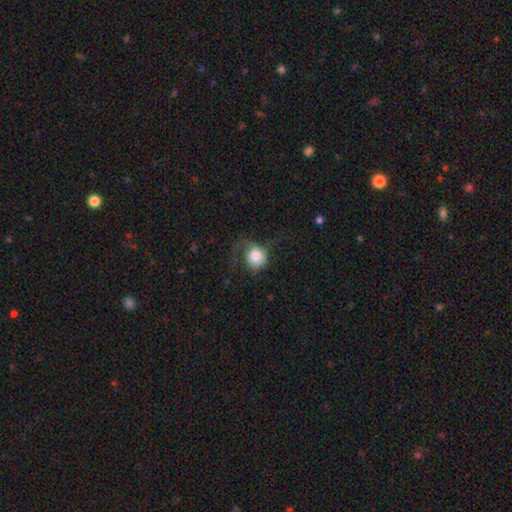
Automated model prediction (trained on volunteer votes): A smooth galaxy with no disk features (70%) that is round (81%).

Vote fractions:
- Smooth or featured? smooth: 70% / featured or disk: 22% / star or artifact: 8%
- How rounded? round: 81% / in between: 18% / cigar-shaped: 1%
- Merging? major disturbance: 41% / none: 33% / minor disturbance: 24% / merger: 2%